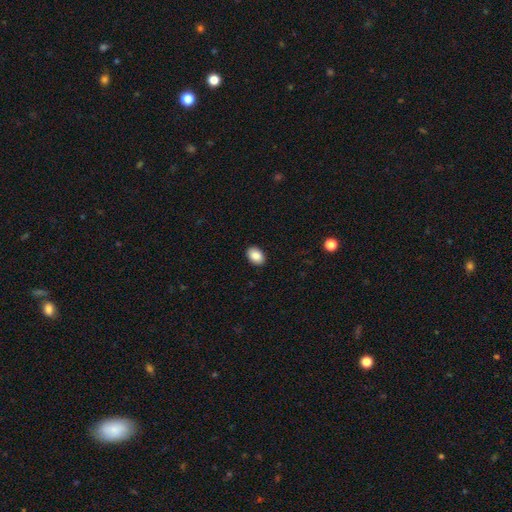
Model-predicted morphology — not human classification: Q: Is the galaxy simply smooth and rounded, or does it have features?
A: smooth — 88%.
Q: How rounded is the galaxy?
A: in between — 85%.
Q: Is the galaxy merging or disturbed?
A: none — 91%.